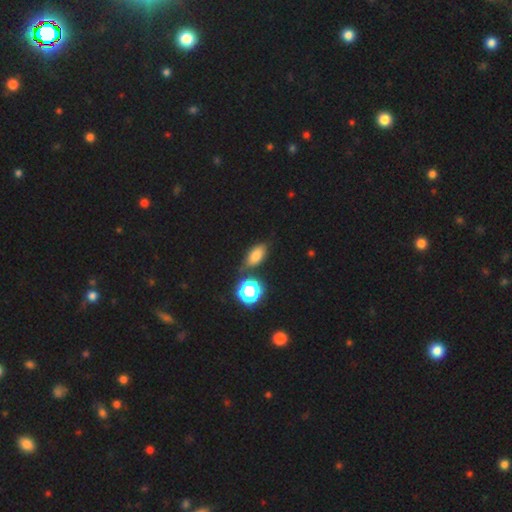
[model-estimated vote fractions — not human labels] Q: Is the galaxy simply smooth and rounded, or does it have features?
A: smooth — 73%.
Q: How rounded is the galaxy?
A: in between — 79%.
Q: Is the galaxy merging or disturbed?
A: none — 73%.